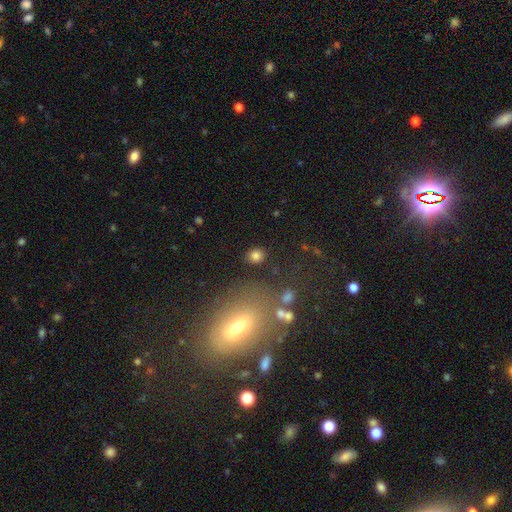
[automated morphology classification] Smooth or featured? smooth (81%)
How rounded? round (79%)
Merging? none (86%)